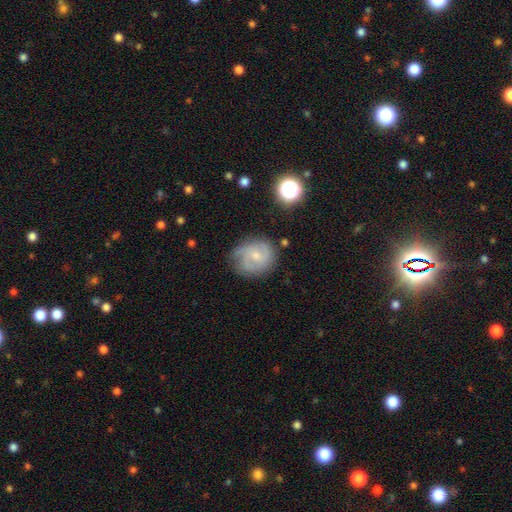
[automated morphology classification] type=featured or disk (57%); edge-on=no (97%); bar=no (57%); spiral arms=yes (86%); bulge=small (63%); merging=none (61%).